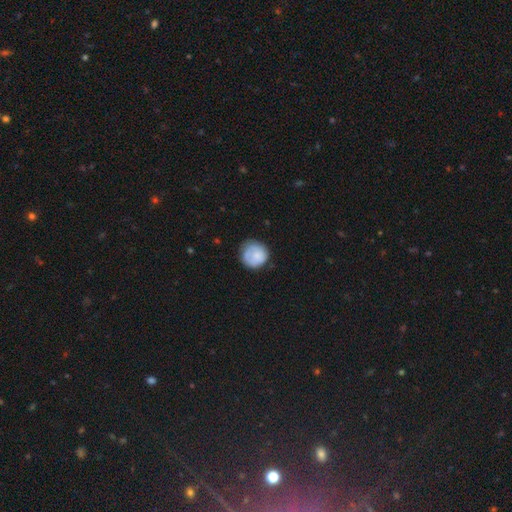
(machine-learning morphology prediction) Smooth or featured? Predicted: smooth (p=0.80). How rounded? Predicted: round (p=0.91). Merging? Predicted: none (p=0.70).